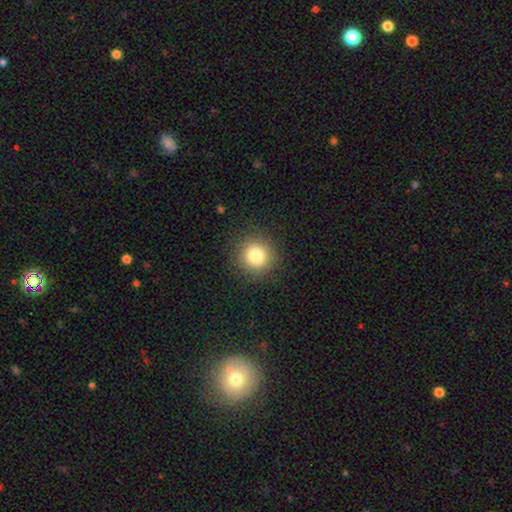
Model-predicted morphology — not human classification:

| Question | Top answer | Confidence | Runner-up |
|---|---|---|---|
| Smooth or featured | smooth | 81% | star or artifact (12%) |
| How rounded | round | 93% | in between (6%) |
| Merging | none | 90% | minor disturbance (6%) |